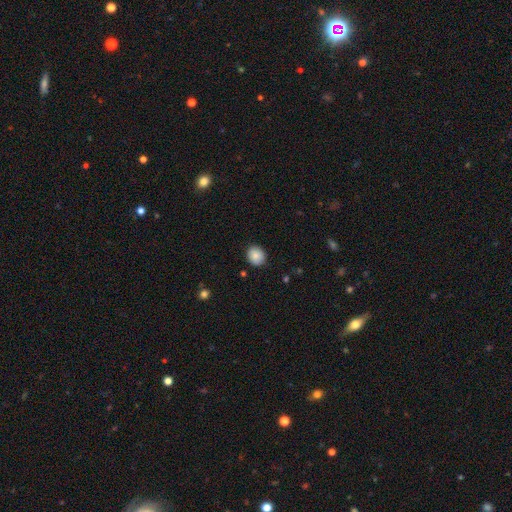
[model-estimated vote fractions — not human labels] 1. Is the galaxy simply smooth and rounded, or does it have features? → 86% smooth, 8% star or artifact, 6% featured or disk.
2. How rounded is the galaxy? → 72% round, 27% in between, 1% cigar-shaped.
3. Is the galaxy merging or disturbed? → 87% none, 9% minor disturbance, 2% major disturbance, 1% merger.